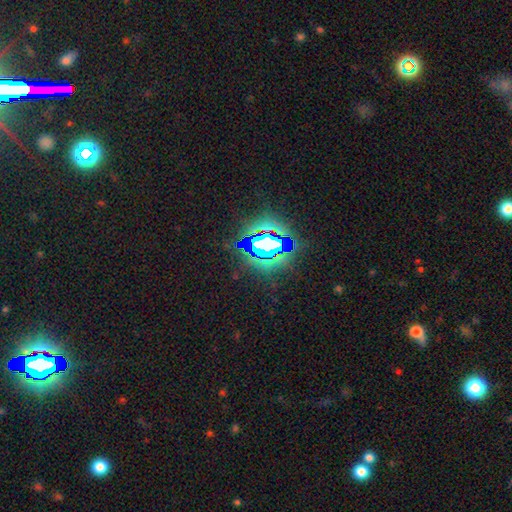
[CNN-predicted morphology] Smooth or featured? star or artifact (79%)